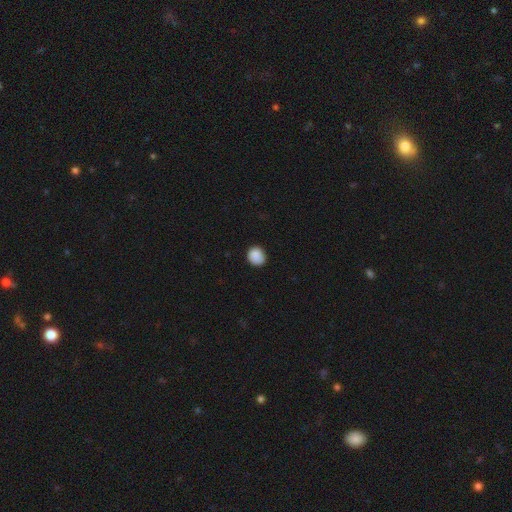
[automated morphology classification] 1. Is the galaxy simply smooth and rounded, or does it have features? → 89% smooth, 8% star or artifact, 3% featured or disk.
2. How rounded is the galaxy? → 82% round, 17% in between, 1% cigar-shaped.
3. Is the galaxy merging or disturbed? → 87% none, 10% minor disturbance, 2% major disturbance, 1% merger.